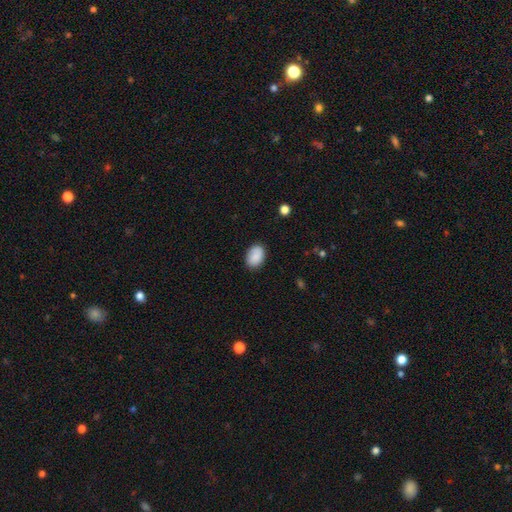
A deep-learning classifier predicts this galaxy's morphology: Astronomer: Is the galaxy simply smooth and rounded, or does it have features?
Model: smooth — 88%.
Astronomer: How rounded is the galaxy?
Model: in between — 81%.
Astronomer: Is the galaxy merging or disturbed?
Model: none — 81%.